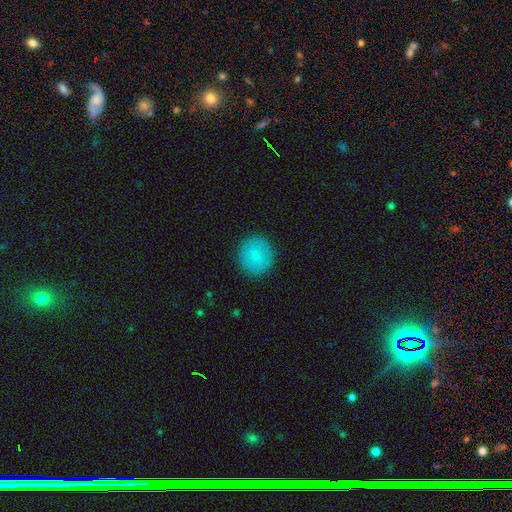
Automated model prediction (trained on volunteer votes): Smooth or featured? Predicted: smooth (p=0.77). How rounded? Predicted: round (p=0.90). Merging? Predicted: none (p=0.89).